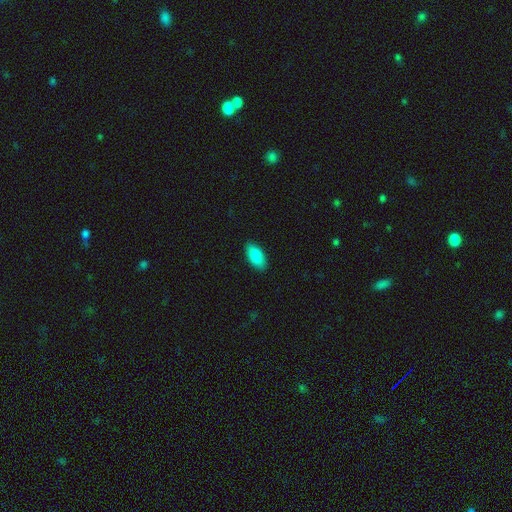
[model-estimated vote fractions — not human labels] smooth-or-featured: smooth: 87% | featured or disk: 7% | star or artifact: 6%
  how-rounded: in between: 91% | cigar-shaped: 7% | round: 2%
  merging: none: 89% | minor disturbance: 8% | major disturbance: 2% | merger: 1%